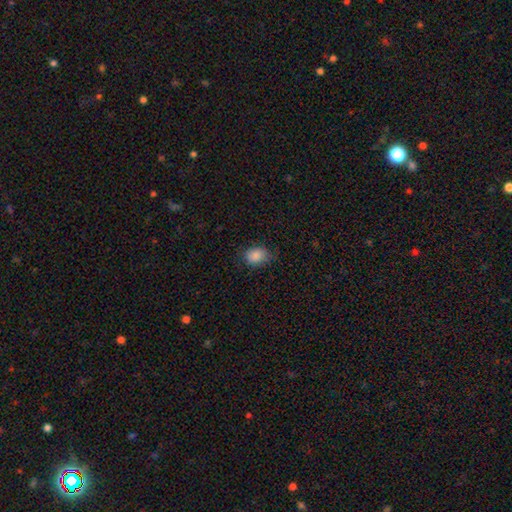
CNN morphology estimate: Smooth or featured?
  - smooth: 86% *
  - star or artifact: 9%
  - featured or disk: 5%
How rounded?
  - in between: 65% *
  - round: 34%
  - cigar-shaped: 1%
Merging?
  - none: 71% *
  - minor disturbance: 23%
  - major disturbance: 5%
  - merger: 1%